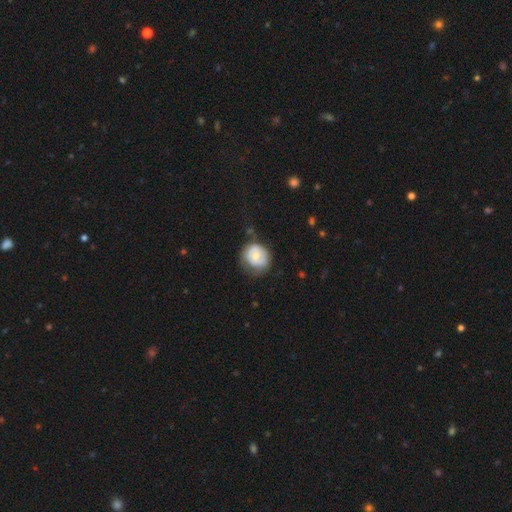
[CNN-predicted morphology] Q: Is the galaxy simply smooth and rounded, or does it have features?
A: smooth — 55%.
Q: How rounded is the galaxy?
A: round — 75%.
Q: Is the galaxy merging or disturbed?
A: none — 58%.